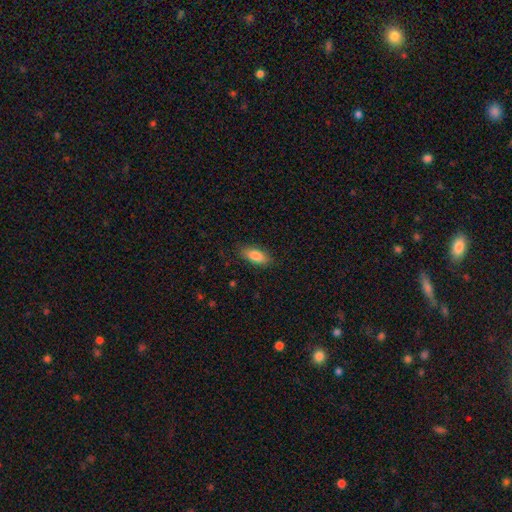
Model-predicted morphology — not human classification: smooth-or-featured: smooth: 84% | featured or disk: 9% | star or artifact: 7%
  how-rounded: in between: 82% | cigar-shaped: 16% | round: 2%
  merging: none: 86% | minor disturbance: 11% | major disturbance: 3% | merger: 1%